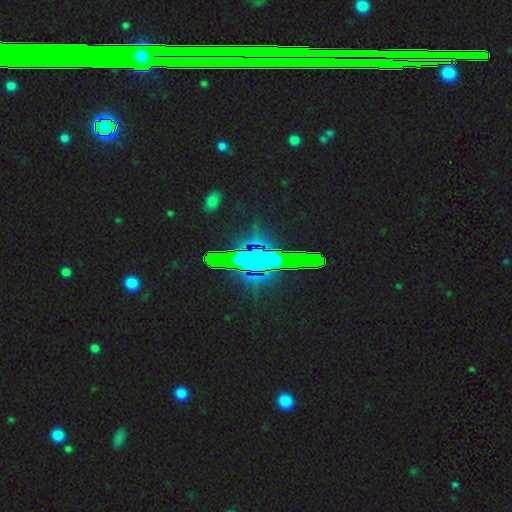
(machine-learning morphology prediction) Smooth or featured?
  - star or artifact: 77% *
  - smooth: 13%
  - featured or disk: 9%